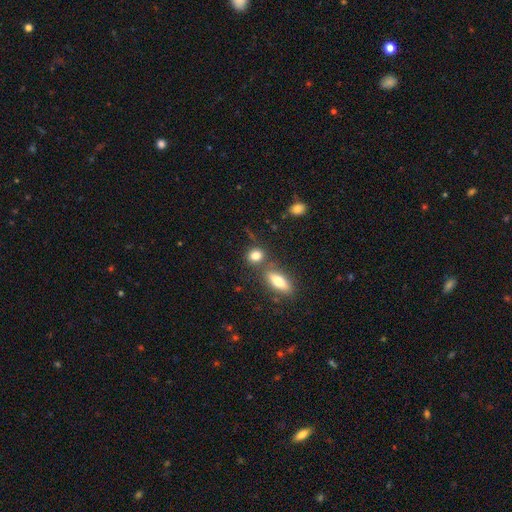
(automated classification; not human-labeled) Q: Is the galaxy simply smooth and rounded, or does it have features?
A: smooth — 81%.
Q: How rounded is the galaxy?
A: round — 63%.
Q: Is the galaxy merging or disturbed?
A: none — 64%.